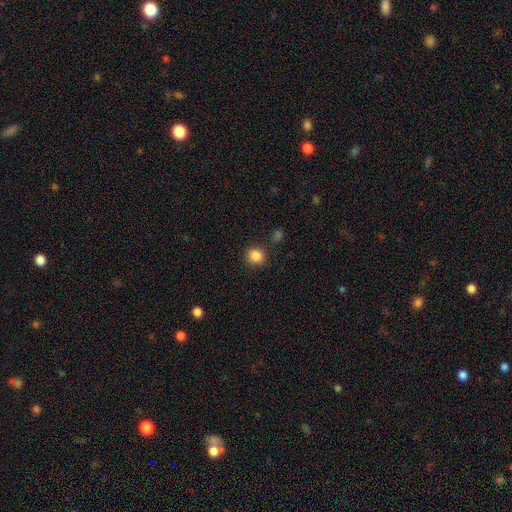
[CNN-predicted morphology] A smooth galaxy with no disk features (86%) that is round (88%).

Vote fractions:
- Smooth or featured? smooth: 86% / star or artifact: 10% / featured or disk: 4%
- How rounded? round: 88% / in between: 11% / cigar-shaped: 1%
- Merging? none: 86% / minor disturbance: 8% / merger: 3% / major disturbance: 3%